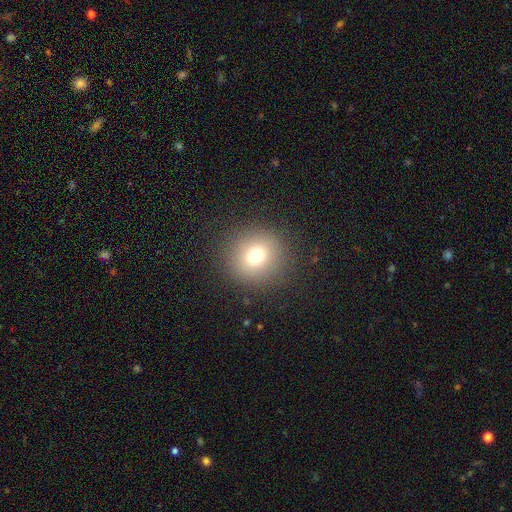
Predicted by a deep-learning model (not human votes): smooth-or-featured: smooth: 73% | star or artifact: 16% | featured or disk: 11%
  how-rounded: round: 93% | in between: 6% | cigar-shaped: 1%
  merging: none: 89% | minor disturbance: 6% | major disturbance: 4% | merger: 1%